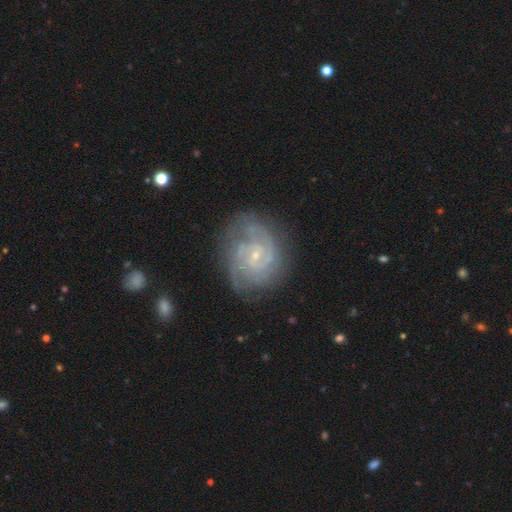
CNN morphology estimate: This appears to be a featured or disk galaxy (87%) with no bar (49%), 2 (37%) tight (60%) spiral arms (97%) and a small central bulge (83%). Merging: none (73%).